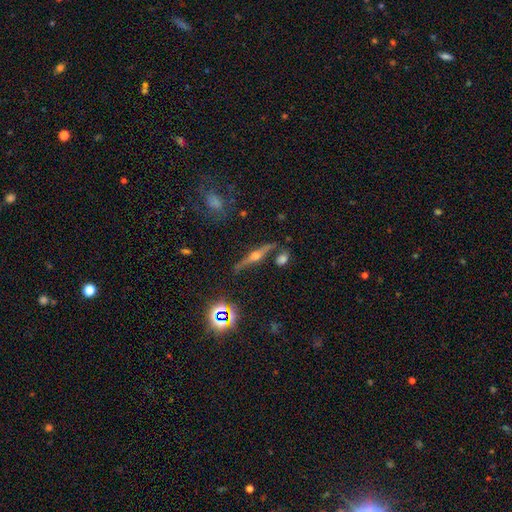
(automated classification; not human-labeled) Smooth or featured: featured or disk — 75% (smooth — 13%)
Edge-on disk: yes — 96% (no — 4%)
Edge-on bulge: rounded — 95% (boxy — 3%)
Merging: none — 80% (minor disturbance — 11%)